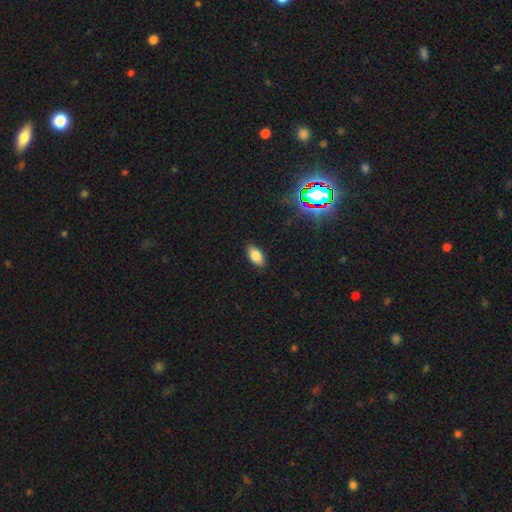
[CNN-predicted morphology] Smooth or featured: smooth — 83% (star or artifact — 11%)
How rounded: in between — 92% (round — 4%)
Merging: none — 87% (minor disturbance — 10%)